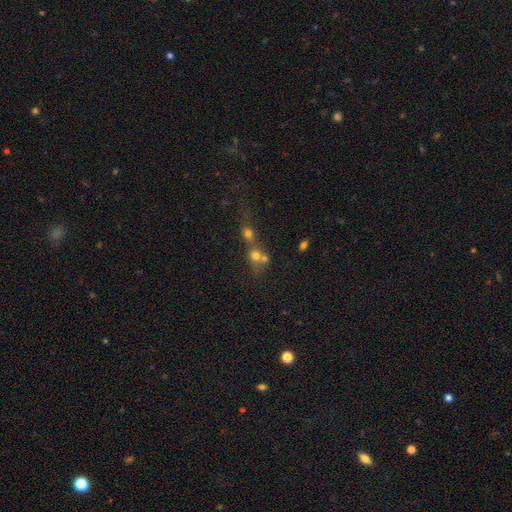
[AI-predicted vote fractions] Smooth or featured? Predicted: smooth (p=0.64). How rounded? Predicted: round (p=0.76). Merging? Predicted: merger (p=0.64).